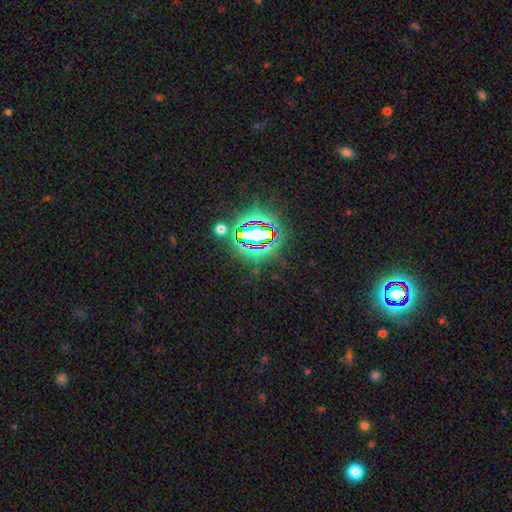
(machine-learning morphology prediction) Overall: star or artifact (81%).